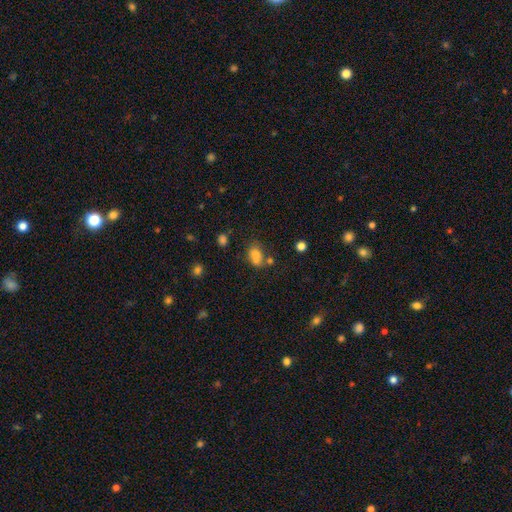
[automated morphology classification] Smooth or featured?
  - smooth: 76% *
  - star or artifact: 13%
  - featured or disk: 11%
How rounded?
  - in between: 77% *
  - round: 21%
  - cigar-shaped: 2%
Merging?
  - none: 46% *
  - merger: 24%
  - minor disturbance: 21%
  - major disturbance: 9%